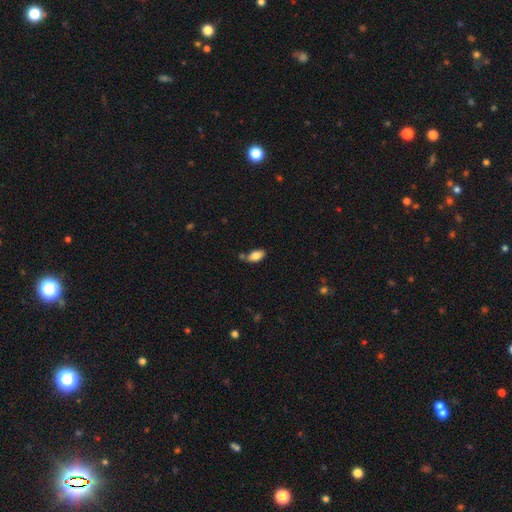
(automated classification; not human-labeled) The model was most divided on "merging": none: 65%, minor disturbance: 18%, merger: 13%, major disturbance: 4%. More confident: how rounded — in between (92%); smooth or featured — smooth (85%).